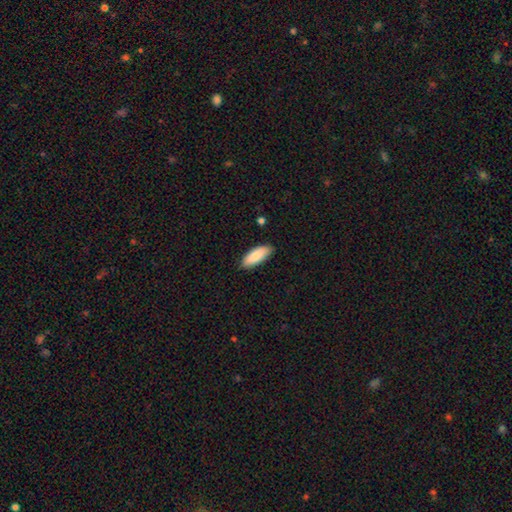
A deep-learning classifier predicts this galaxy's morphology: Q: Smooth or featured?
A: smooth (88%); runner-up: featured or disk (7%)
Q: How rounded?
A: in between (72%); runner-up: cigar-shaped (26%)
Q: Merging?
A: none (87%); runner-up: minor disturbance (10%)